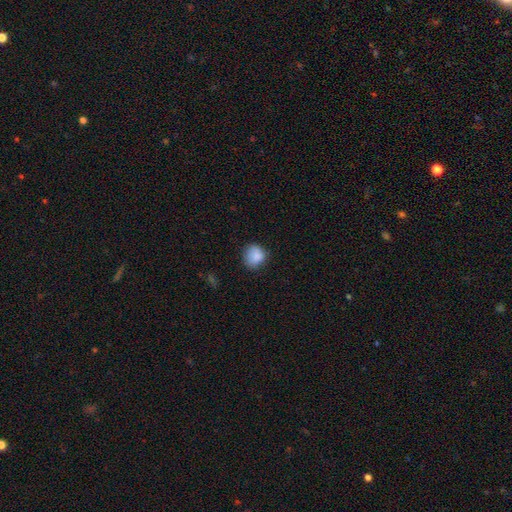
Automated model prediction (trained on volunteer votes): smooth_or_featured: smooth (p=0.86) [alt: star or artifact p=0.09]
how_rounded: round (p=0.73) [alt: in between p=0.26]
merging: none (p=0.69) [alt: minor disturbance p=0.25]